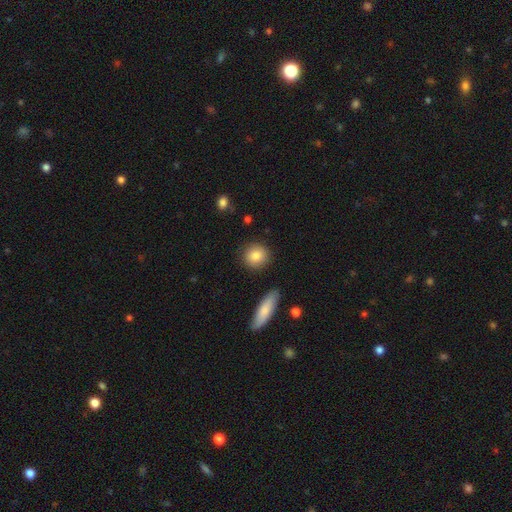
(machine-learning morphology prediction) Smooth or featured? smooth (84%)
How rounded? round (87%)
Merging? none (88%)